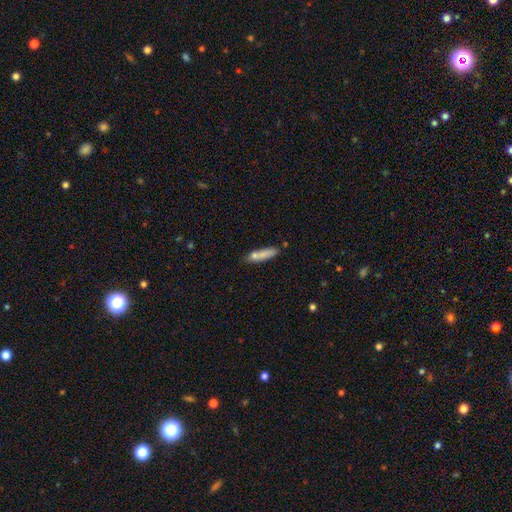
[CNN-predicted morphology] Smooth or featured: smooth — 77% (featured or disk — 15%)
How rounded: cigar-shaped — 80% (in between — 18%)
Merging: none — 67% (minor disturbance — 18%)